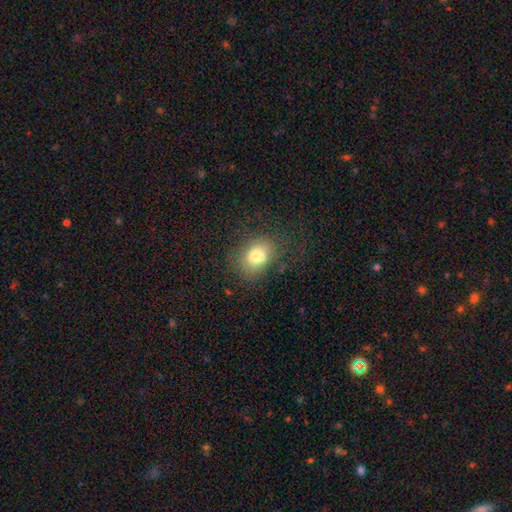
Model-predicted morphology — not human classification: smooth 72%, featured or disk 17%, star or artifact 11%. Down the decision tree: how rounded — in between (58%); merging — none (53%).